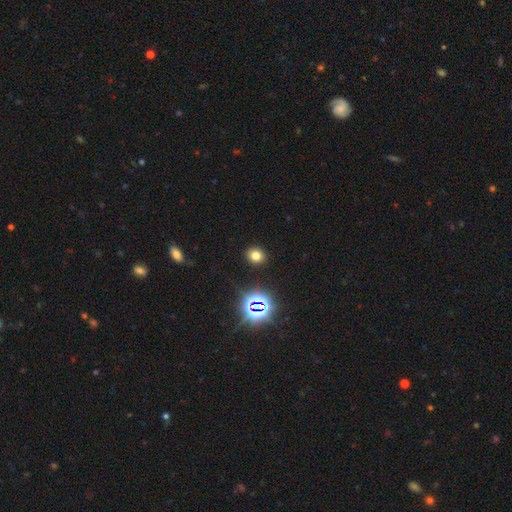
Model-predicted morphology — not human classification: Smooth or featured?
  - smooth: 71% *
  - star or artifact: 21%
  - featured or disk: 7%
How rounded?
  - round: 73% *
  - in between: 26%
  - cigar-shaped: 1%
Merging?
  - none: 90% *
  - minor disturbance: 6%
  - major disturbance: 2%
  - merger: 1%